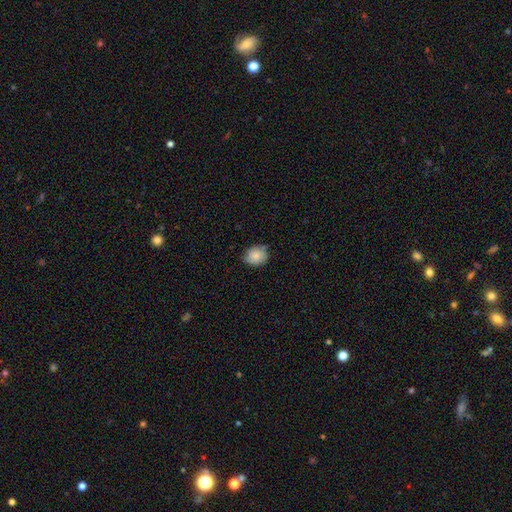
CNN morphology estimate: A smooth galaxy with no disk features (83%) that is round (66%).

Vote fractions:
- Smooth or featured? smooth: 83% / featured or disk: 9% / star or artifact: 8%
- How rounded? round: 66% / in between: 33% / cigar-shaped: 1%
- Merging? none: 69% / minor disturbance: 26% / major disturbance: 3% / merger: 2%